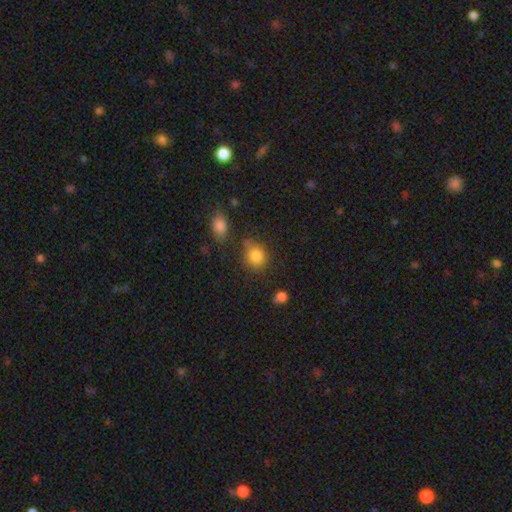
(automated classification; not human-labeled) Smooth or featured: smooth — 83% (star or artifact — 11%)
How rounded: round — 65% (in between — 34%)
Merging: none — 69% (minor disturbance — 18%)